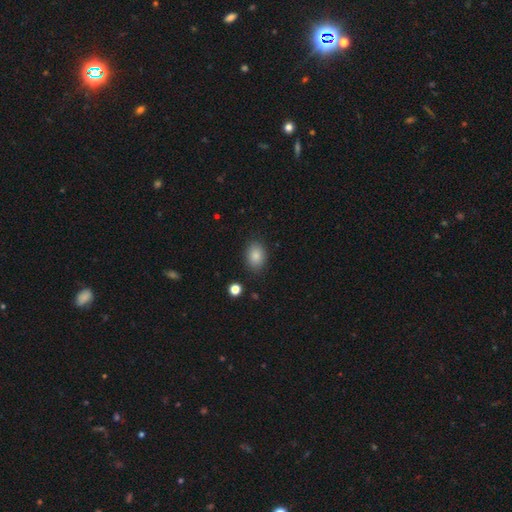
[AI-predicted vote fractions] Overall: smooth (86%). How rounded: in between (77%). Merging: none (85%).